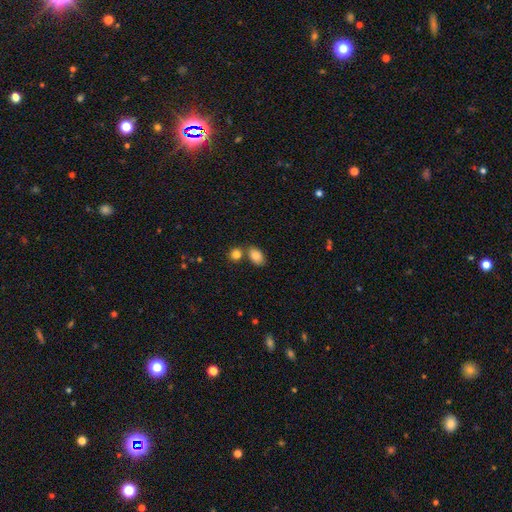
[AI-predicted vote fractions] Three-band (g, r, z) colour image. It shows a smooth galaxy with no disk features (83%) that is in between round and cigar-shaped (86%). Merging: none (62%).